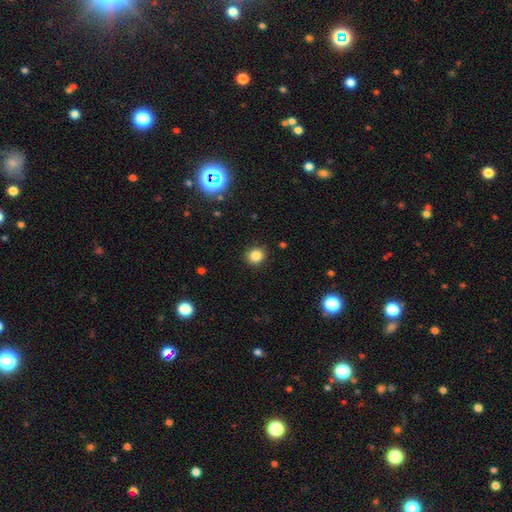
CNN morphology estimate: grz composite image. It shows a smooth galaxy with no disk features (84%) that is round (81%). Merging: none (90%).